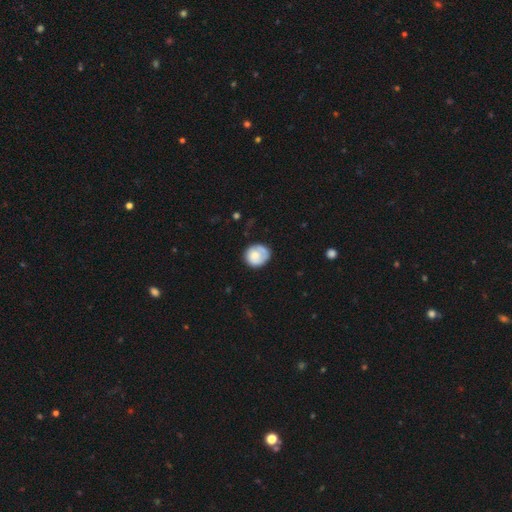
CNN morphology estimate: This is likely a smooth galaxy (69%). How rounded: likely round (77%). Merging: likely none (61%).